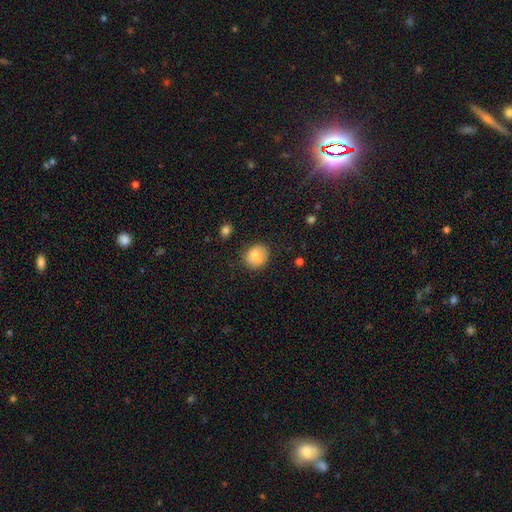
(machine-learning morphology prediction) Smooth or featured?
  - smooth: 76% *
  - featured or disk: 15%
  - star or artifact: 9%
How rounded?
  - round: 76% *
  - in between: 23%
  - cigar-shaped: 1%
Merging?
  - none: 72% *
  - minor disturbance: 18%
  - major disturbance: 5%
  - merger: 5%